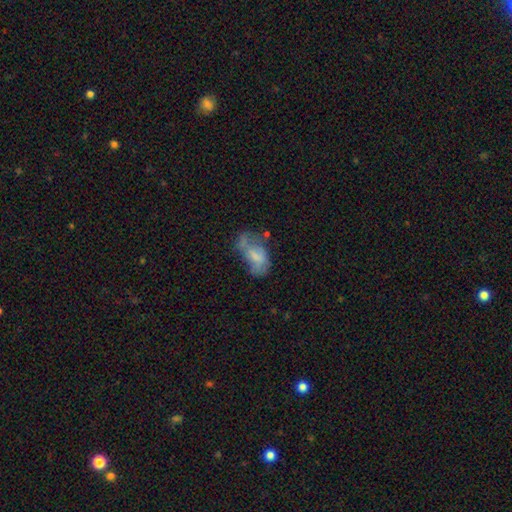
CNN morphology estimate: smooth_or_featured: smooth (p=0.47) [alt: featured or disk p=0.44]
merging: major disturbance (p=0.32) [alt: none p=0.31]